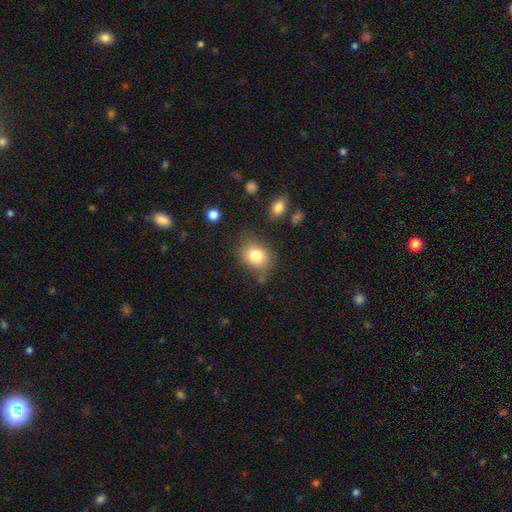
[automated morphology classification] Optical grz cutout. It shows a smooth galaxy with no disk features (79%) that is in between round and cigar-shaped (51%). Merging: none (66%).